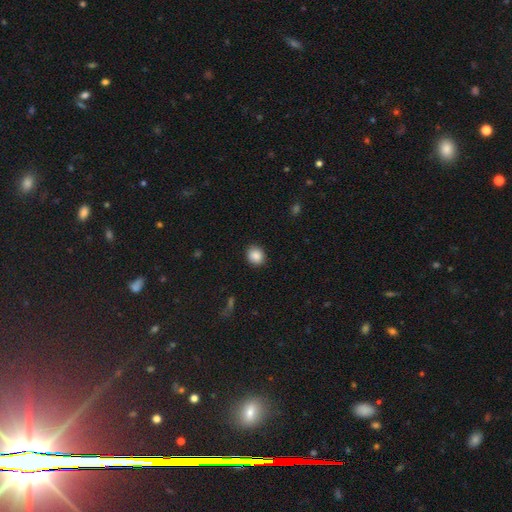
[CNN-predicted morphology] This appears to be a smooth galaxy with no disk features (88%) that is round (74%). Merging: none (89%).